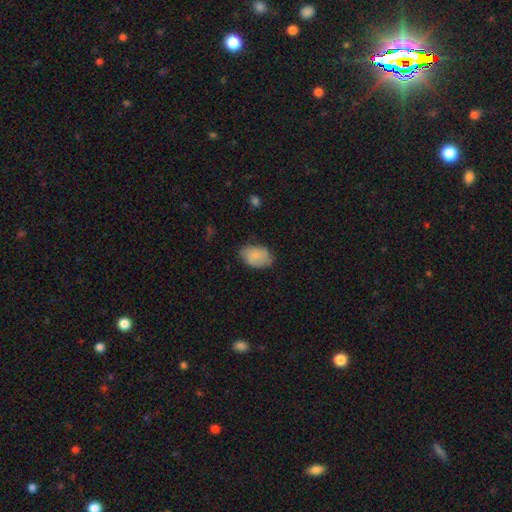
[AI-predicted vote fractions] A smooth galaxy with no disk features (83%) that is in between round and cigar-shaped (87%). Merging: none (67%).